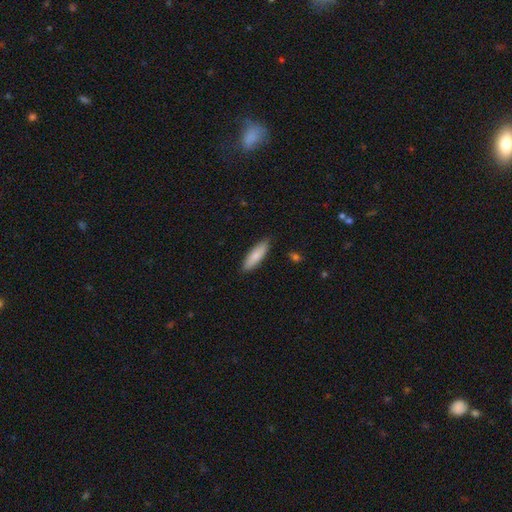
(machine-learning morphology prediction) A smooth galaxy with no disk features (81%) that is cigar-shaped (57%). Merging: none (86%).